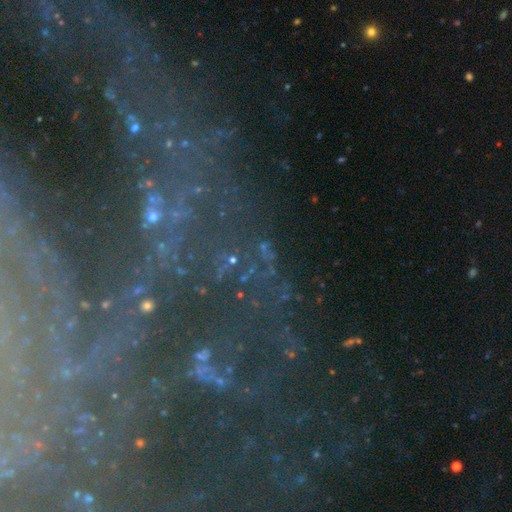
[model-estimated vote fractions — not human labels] Smooth or featured? star or artifact (49%)